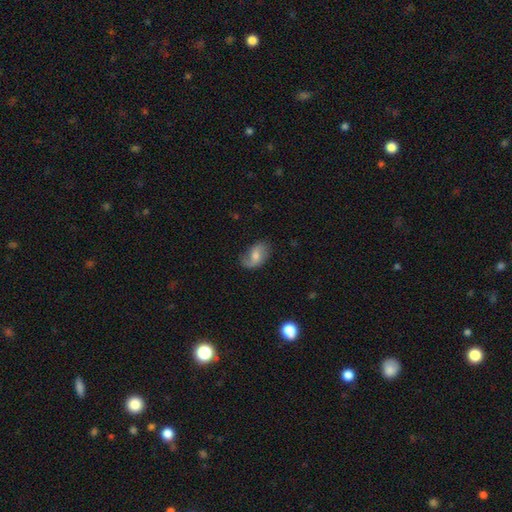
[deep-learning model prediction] The model was most divided on "smooth or featured" (2-way tie): featured or disk: 46%, smooth: 46%, star or artifact: 8%. More confident: merging — none (56%).